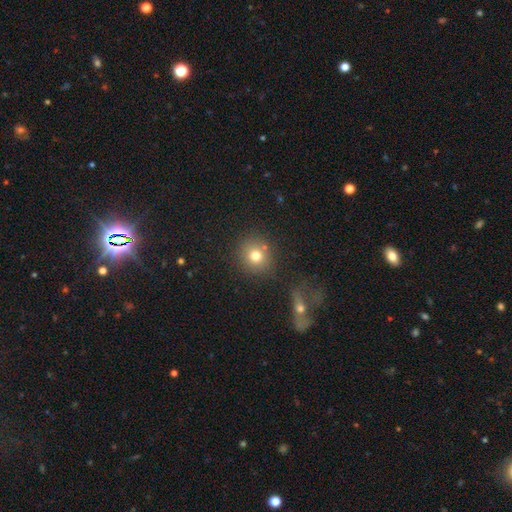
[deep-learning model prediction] Smooth or featured? Predicted: smooth (p=0.76). How rounded? Predicted: round (p=0.89). Merging? Predicted: none (p=0.77).